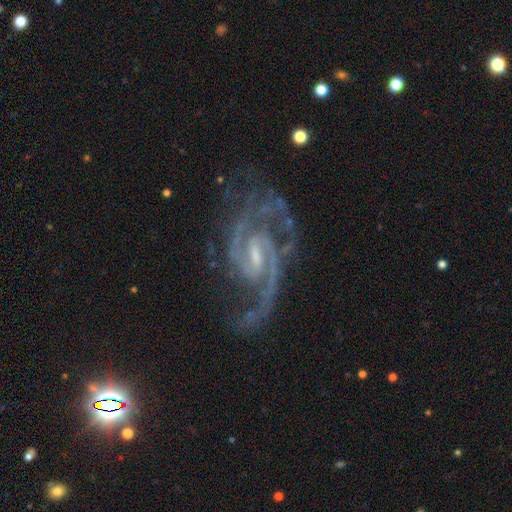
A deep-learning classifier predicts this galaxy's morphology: Smooth or featured?
  - featured or disk: 93% *
  - star or artifact: 5%
  - smooth: 2%
Edge-on disk?
  - no: 98% *
  - yes: 2%
Bar?
  - weak: 62% *
  - strong: 21%
  - no: 17%
Spiral arms?
  - yes: 98% *
  - no: 2%
Spiral winding?
  - medium: 57% *
  - tight: 27%
  - loose: 16%
Spiral arm count?
  - 2: 82% *
  - 3: 6%
  - can't tell: 4%
  - 1: 2%
  - 4: 2%
  - more than 4: 2%
Bulge size?
  - small: 54% *
  - moderate: 30%
  - none: 12%
  - large: 2%
  - dominant: 1%
Merging?
  - none: 66% *
  - minor disturbance: 17%
  - major disturbance: 15%
  - merger: 2%